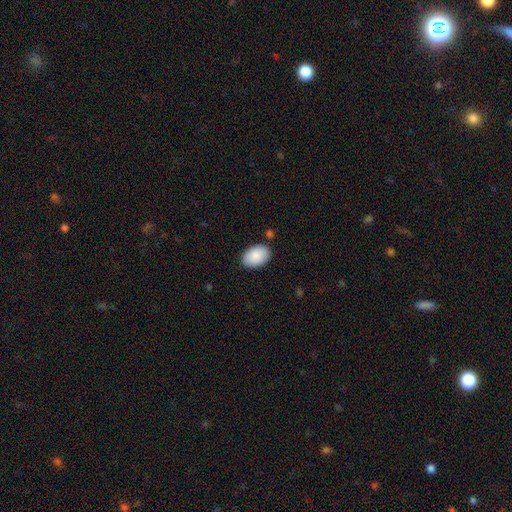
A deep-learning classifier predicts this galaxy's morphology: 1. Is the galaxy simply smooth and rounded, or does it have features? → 89% smooth, 6% star or artifact, 5% featured or disk.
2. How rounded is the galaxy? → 89% in between, 10% round, 1% cigar-shaped.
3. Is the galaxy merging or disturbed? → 85% none, 10% minor disturbance, 2% major disturbance, 2% merger.